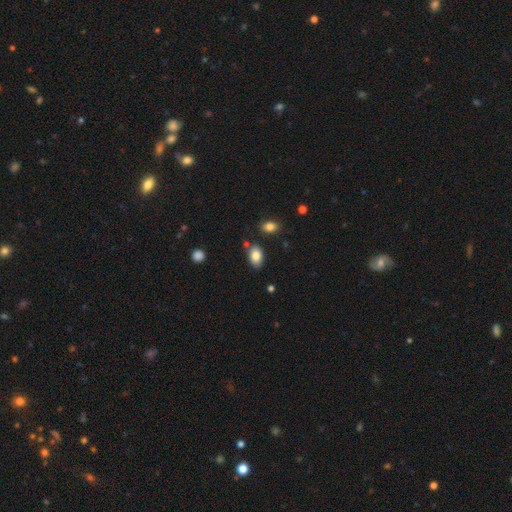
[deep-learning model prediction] Smooth or featured?
  - smooth: 84% *
  - featured or disk: 8%
  - star or artifact: 8%
How rounded?
  - in between: 90% *
  - round: 8%
  - cigar-shaped: 1%
Merging?
  - none: 77% *
  - minor disturbance: 13%
  - merger: 7%
  - major disturbance: 3%